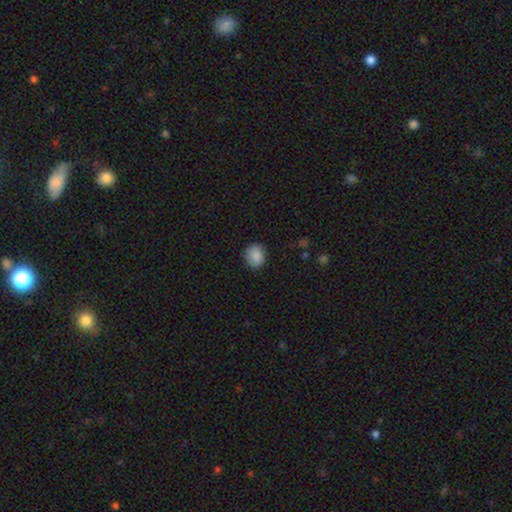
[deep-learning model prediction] The model was most divided on "how rounded": round: 66%, in between: 33%, cigar-shaped: 1%. More confident: smooth or featured — smooth (88%); merging — none (84%).